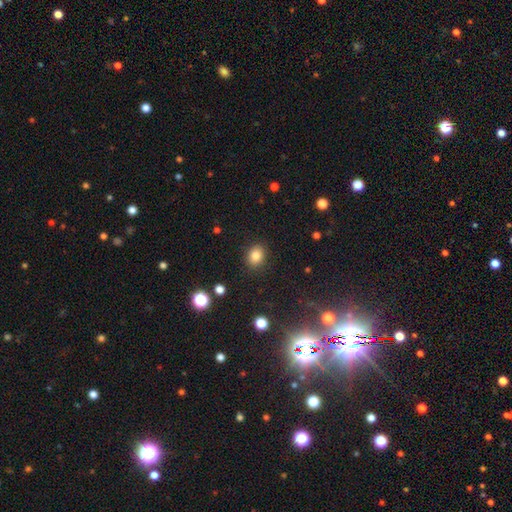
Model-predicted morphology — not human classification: smooth_or_featured: smooth (p=0.83) [alt: star or artifact p=0.11]
how_rounded: round (p=0.55) [alt: in between p=0.44]
merging: none (p=0.88) [alt: minor disturbance p=0.08]